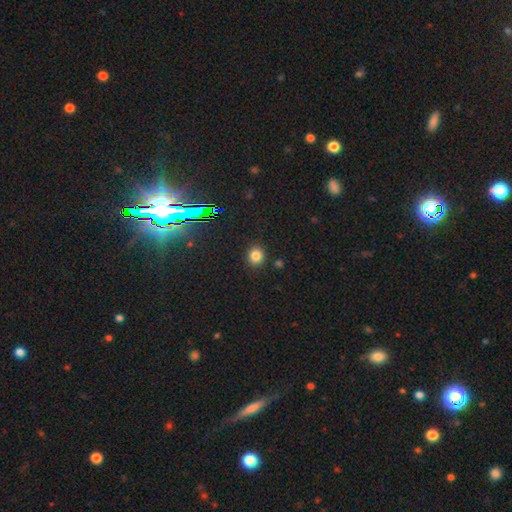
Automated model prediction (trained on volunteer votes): This is likely a smooth galaxy (79%). How rounded: clearly round (81%). Merging: clearly none (89%).